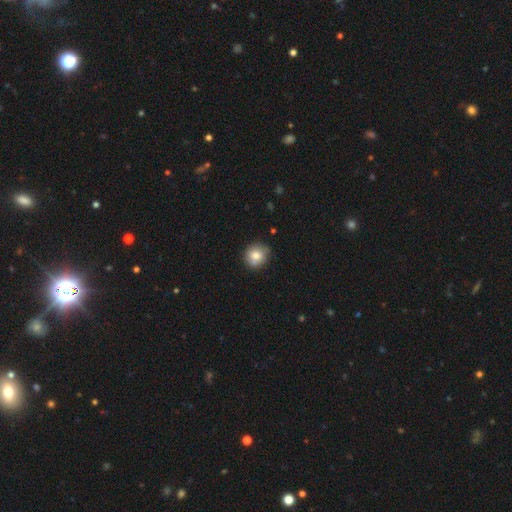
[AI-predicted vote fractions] Smooth or featured? smooth (79%)
How rounded? round (83%)
Merging? none (77%)